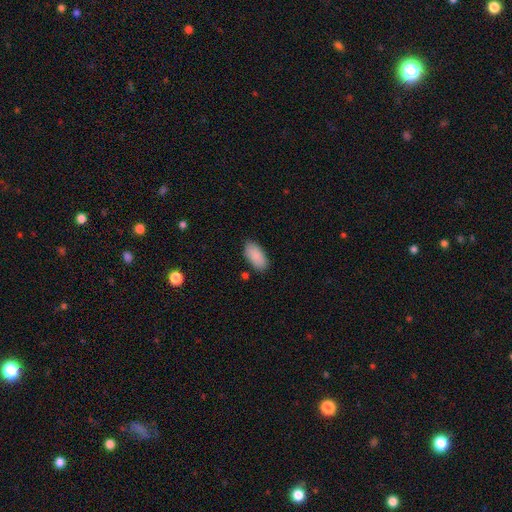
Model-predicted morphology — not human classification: This appears to be a smooth galaxy with no disk features (90%) that is in between round and cigar-shaped (93%). Merging: none (84%).